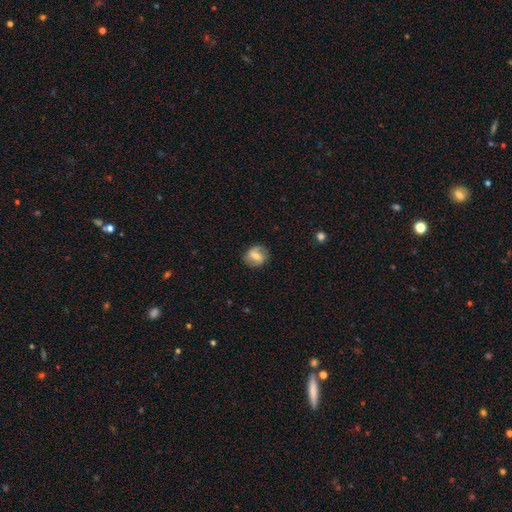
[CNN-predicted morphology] smooth 47%, featured or disk 45%, star or artifact 8%. Down the decision tree: merging — none (82%).